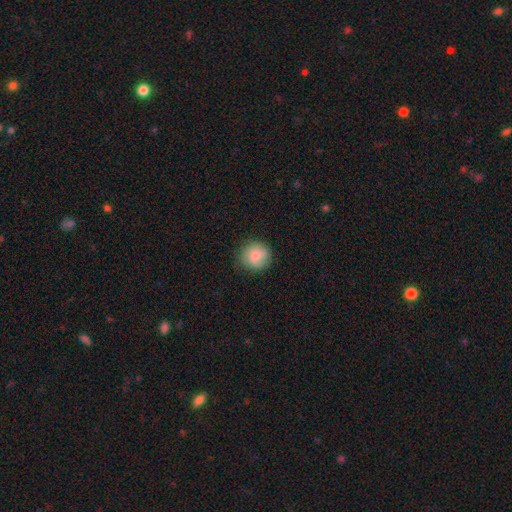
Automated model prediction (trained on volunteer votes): This appears to be a smooth galaxy with no disk features (84%) that is round (90%). Merging: none (79%).